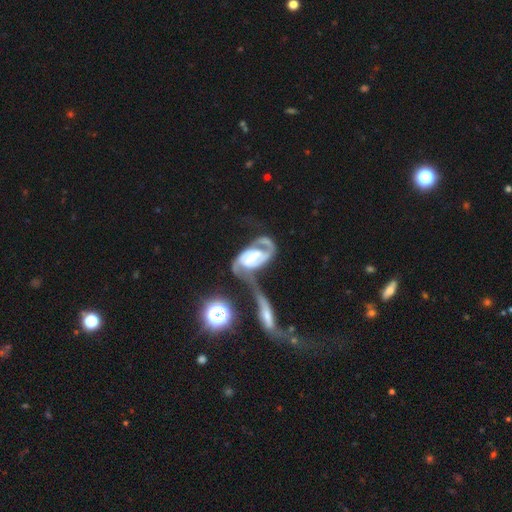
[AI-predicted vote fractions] This is clearly a featured or disk galaxy (84%). It is clearly not viewed edge-on (95%). Bar: marginally no (39%). Spiral arm pattern: clearly yes (87%). Spiral arm count: likely 2 (74%). Spiral winding: marginally medium (41%). Central bulge: likely moderate (66%). Merging: possibly merger (52%).